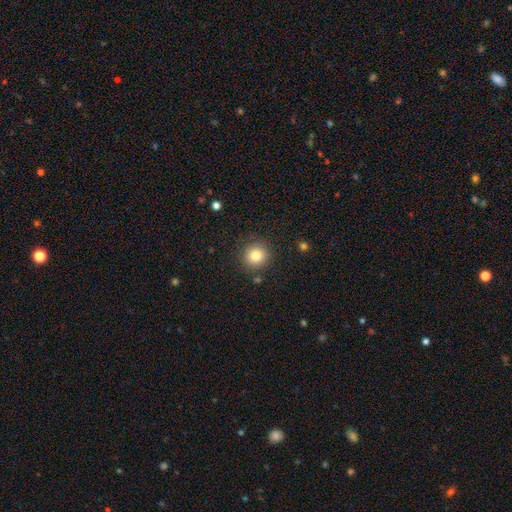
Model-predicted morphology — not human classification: smooth 81%, star or artifact 11%, featured or disk 8%. Down the decision tree: how rounded — round (93%); merging — none (87%).